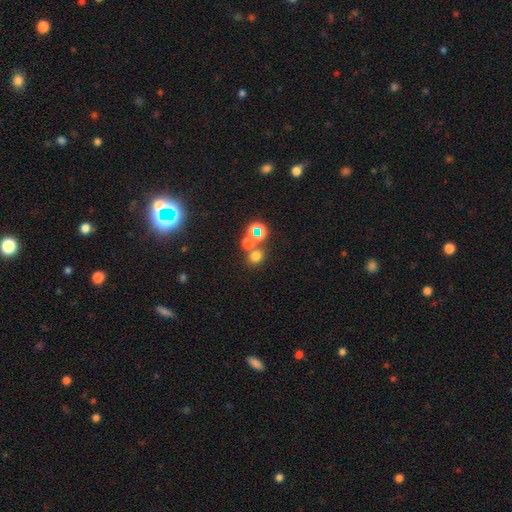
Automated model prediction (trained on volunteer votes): smooth_or_featured: smooth (p=0.65) [alt: star or artifact p=0.27]
how_rounded: round (p=0.74) [alt: in between p=0.25]
merging: none (p=0.63) [alt: merger p=0.25]